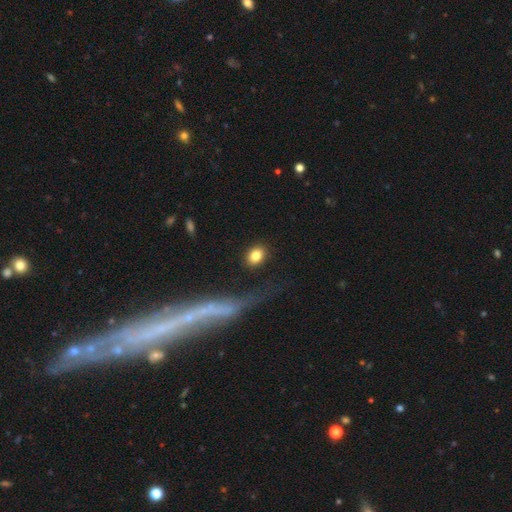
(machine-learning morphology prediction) A smooth galaxy with no disk features (82%) that is in between round and cigar-shaped (61%). Merging: none (84%).